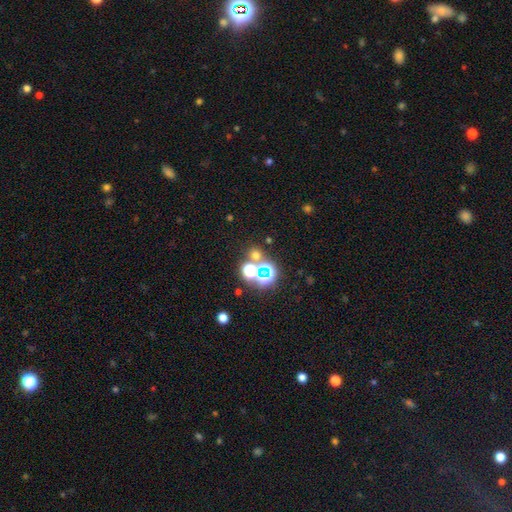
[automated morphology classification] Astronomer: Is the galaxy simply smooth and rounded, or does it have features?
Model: smooth — 50% (runner-up: star or artifact, 42%).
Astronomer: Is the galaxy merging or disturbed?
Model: none — 67%.